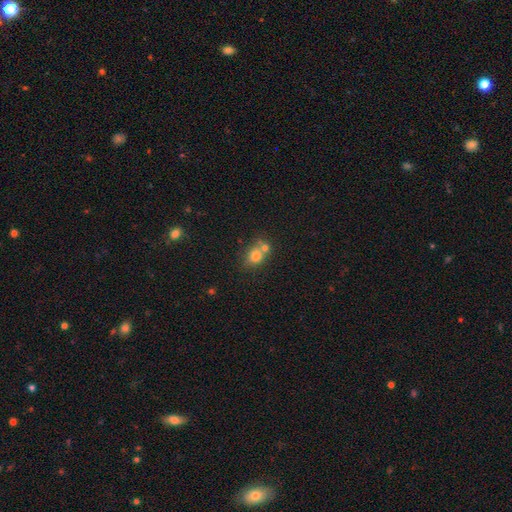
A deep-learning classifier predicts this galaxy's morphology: This is likely a smooth galaxy (75%). How rounded: likely round (60%). Merging: marginally merger (44%).